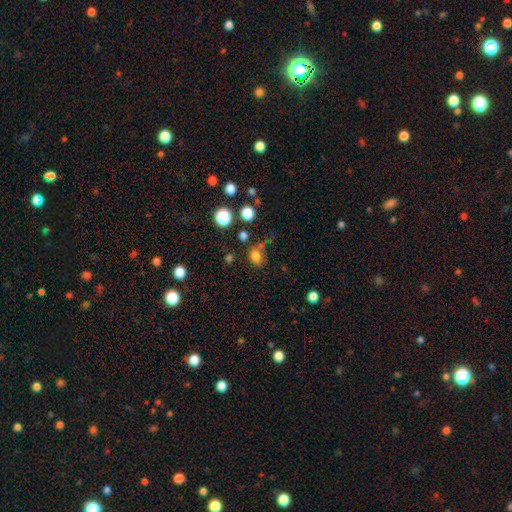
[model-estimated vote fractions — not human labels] Q: Smooth or featured?
A: smooth (76%); runner-up: star or artifact (17%)
Q: How rounded?
A: in between (57%); runner-up: round (42%)
Q: Merging?
A: none (56%); runner-up: minor disturbance (20%)